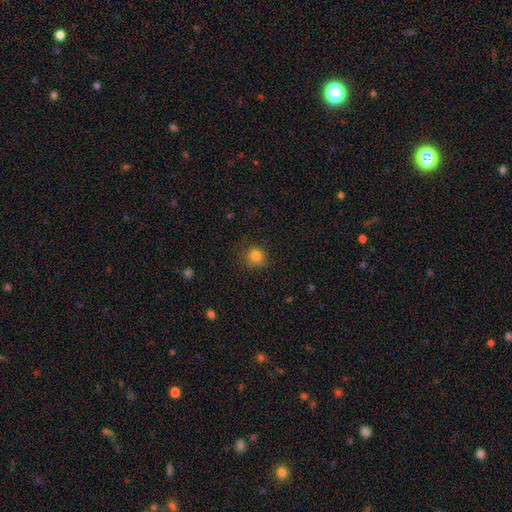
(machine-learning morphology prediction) smooth_or_featured: smooth (p=0.82) [alt: star or artifact p=0.13]
how_rounded: round (p=0.81) [alt: in between p=0.18]
merging: none (p=0.75) [alt: minor disturbance p=0.18]